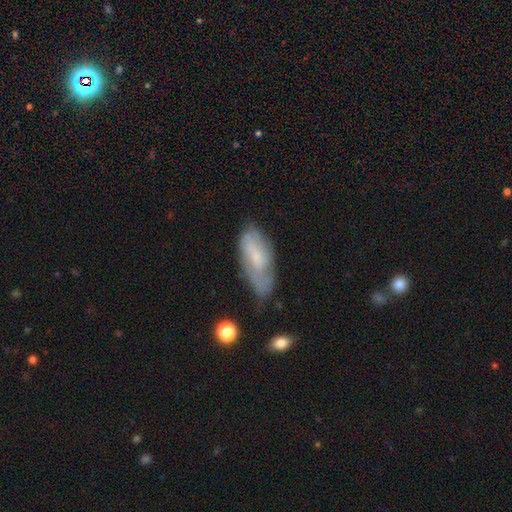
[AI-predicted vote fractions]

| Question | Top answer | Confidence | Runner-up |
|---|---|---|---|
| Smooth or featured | smooth | 47% | featured or disk (45%) |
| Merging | none | 48% | minor disturbance (35%) |